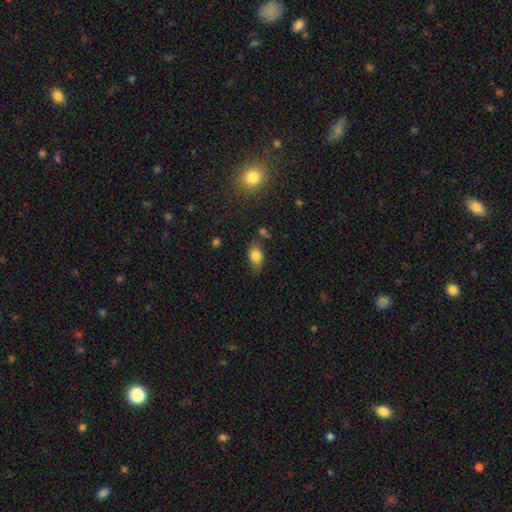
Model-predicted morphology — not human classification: The model was most divided on "merging": none: 62%, minor disturbance: 26%, major disturbance: 7%, merger: 5%. More confident: how rounded — in between (83%); smooth or featured — smooth (82%).